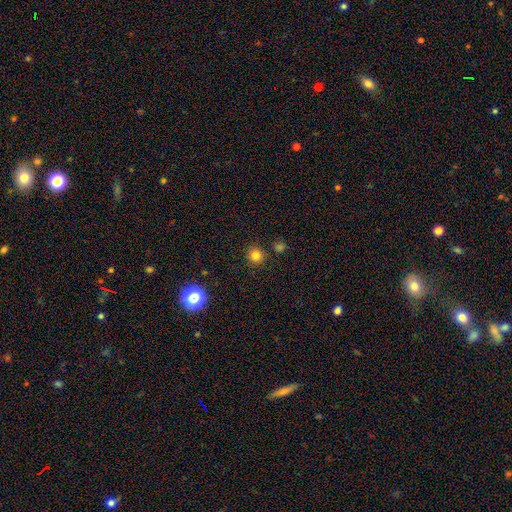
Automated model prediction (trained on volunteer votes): Overall: smooth (79%). How rounded: round (91%). Merging: none (86%).